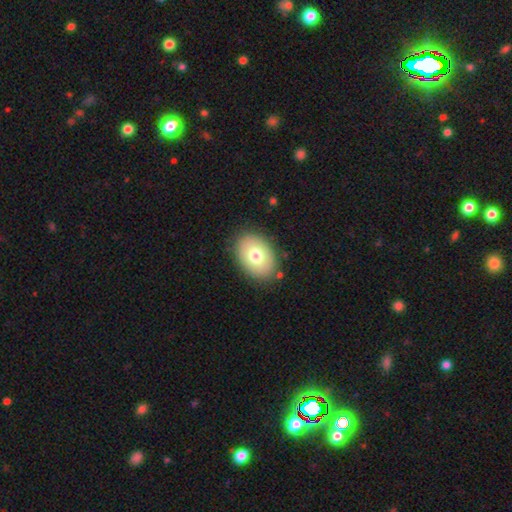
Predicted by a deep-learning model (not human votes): This is likely a smooth galaxy (74%). How rounded: clearly in between (82%). Merging: clearly none (86%).